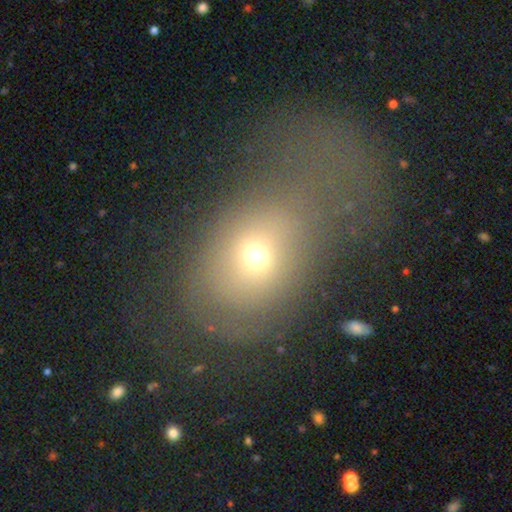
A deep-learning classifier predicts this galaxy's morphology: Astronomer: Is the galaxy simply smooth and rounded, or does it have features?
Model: smooth — 62%.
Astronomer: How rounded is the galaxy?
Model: in between — 61% (runner-up: round, 37%).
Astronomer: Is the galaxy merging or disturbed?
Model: none — 48%.